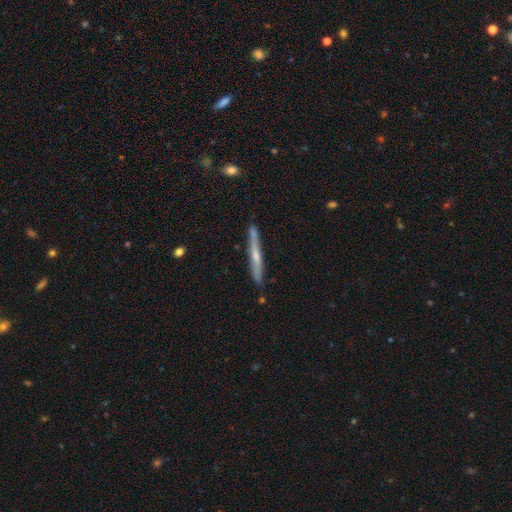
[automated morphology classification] Smooth or featured?
  - featured or disk: 61% *
  - smooth: 33%
  - star or artifact: 6%
Edge-on disk?
  - yes: 96% *
  - no: 4%
Edge-on bulge?
  - rounded: 58% *
  - none: 36%
  - boxy: 5%
Merging?
  - none: 84% *
  - minor disturbance: 11%
  - merger: 3%
  - major disturbance: 2%